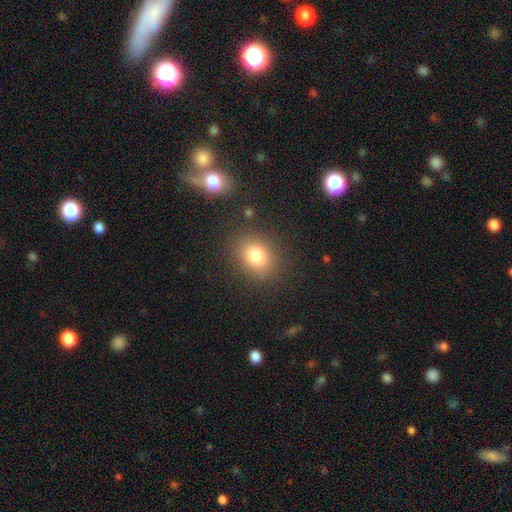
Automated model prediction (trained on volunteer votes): smooth-or-featured: smooth: 79% | star or artifact: 12% | featured or disk: 8%
  how-rounded: round: 56% | in between: 43% | cigar-shaped: 1%
  merging: none: 84% | minor disturbance: 10% | major disturbance: 4% | merger: 2%